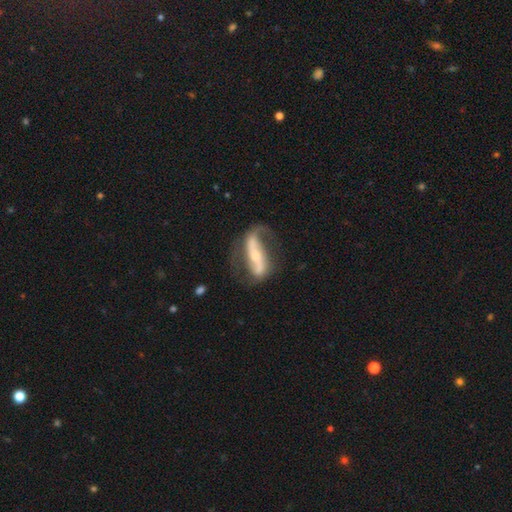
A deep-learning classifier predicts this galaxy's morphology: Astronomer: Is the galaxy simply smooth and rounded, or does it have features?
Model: featured or disk — 83%.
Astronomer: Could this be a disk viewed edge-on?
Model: no — 84%.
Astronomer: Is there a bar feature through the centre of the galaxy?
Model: strong — 66%.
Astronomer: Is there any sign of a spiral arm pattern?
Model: yes — 88%.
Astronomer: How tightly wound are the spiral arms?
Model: loose — 60%.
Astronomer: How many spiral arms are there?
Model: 2 — 85%.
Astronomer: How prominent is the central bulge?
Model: small — 53% (runner-up: moderate, 41%).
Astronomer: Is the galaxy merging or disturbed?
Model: none — 61%.